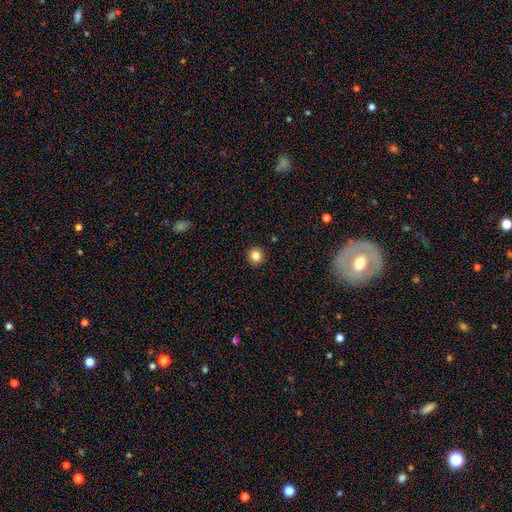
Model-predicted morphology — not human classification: The model was most divided on "smooth or featured": smooth: 83%, star or artifact: 11%, featured or disk: 5%. More confident: how rounded — round (93%); merging — none (92%).